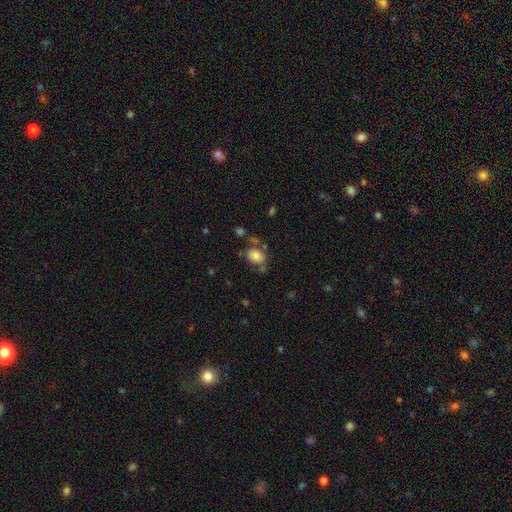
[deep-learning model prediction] A smooth galaxy with no disk features (79%) that is in between round and cigar-shaped (65%).

Vote fractions:
- Smooth or featured? smooth: 79% / featured or disk: 11% / star or artifact: 10%
- How rounded? in between: 65% / round: 34% / cigar-shaped: 1%
- Merging? none: 55% / minor disturbance: 20% / merger: 15% / major disturbance: 10%